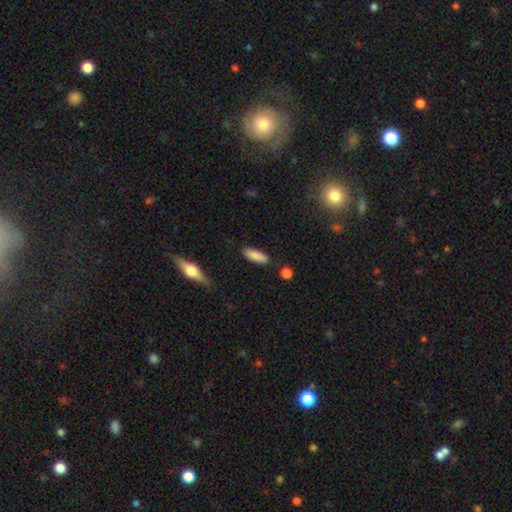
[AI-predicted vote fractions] Smooth or featured? smooth (86%)
How rounded? in between (59%)
Merging? none (84%)